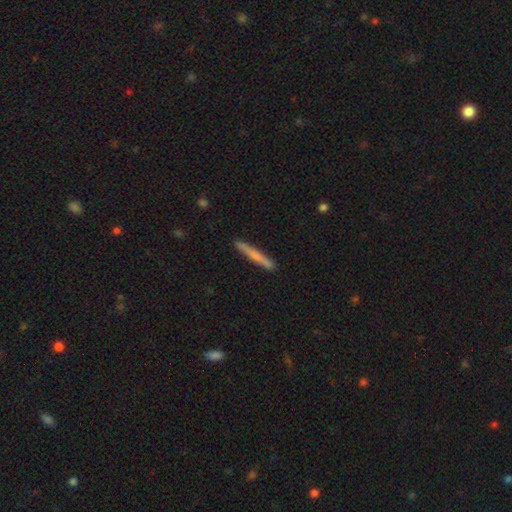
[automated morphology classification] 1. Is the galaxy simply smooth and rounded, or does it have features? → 62% smooth, 33% featured or disk, 5% star or artifact.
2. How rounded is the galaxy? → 96% cigar-shaped, 2% in between, 1% round.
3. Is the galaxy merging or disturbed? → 90% none, 7% minor disturbance, 1% major disturbance, 1% merger.